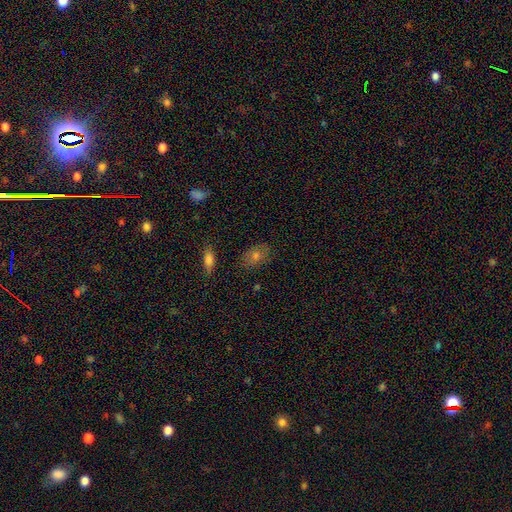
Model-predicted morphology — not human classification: Smooth or featured? Predicted: smooth (p=0.61). How rounded? Predicted: in between (p=0.76). Merging? Predicted: none (p=0.80).